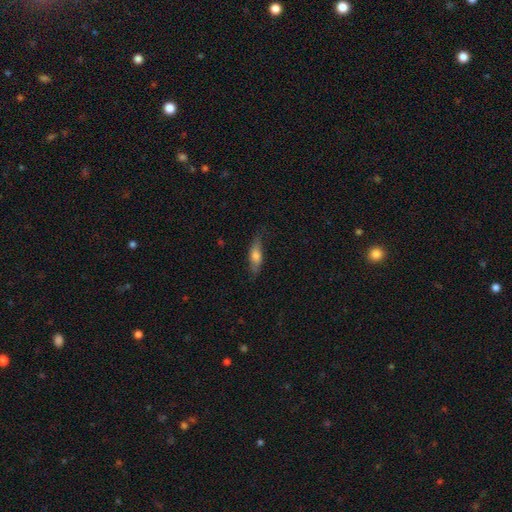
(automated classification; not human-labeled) Smooth or featured? Predicted: smooth (p=0.66). How rounded? Predicted: in between (p=0.58). Merging? Predicted: none (p=0.72).